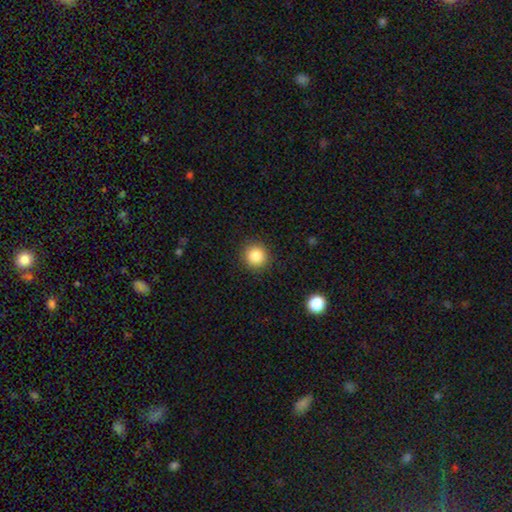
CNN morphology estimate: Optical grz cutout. It shows a smooth galaxy with no disk features (86%) that is round (92%). Merging: none (90%).